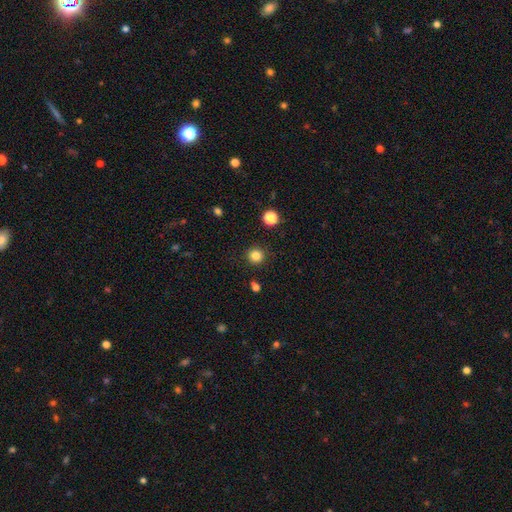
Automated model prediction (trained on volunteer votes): A smooth galaxy with no disk features (84%) that is round (94%). Merging: none (90%).